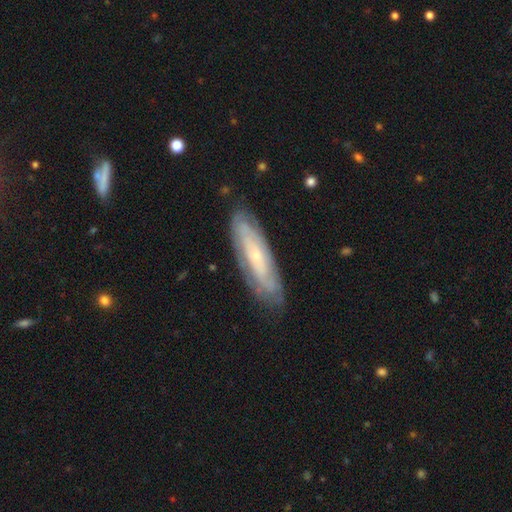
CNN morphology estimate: Smooth or featured?
  - featured or disk: 68% *
  - smooth: 26%
  - star or artifact: 6%
Edge-on disk?
  - no: 73% *
  - yes: 27%
Merging?
  - none: 79% *
  - minor disturbance: 16%
  - major disturbance: 4%
  - merger: 1%